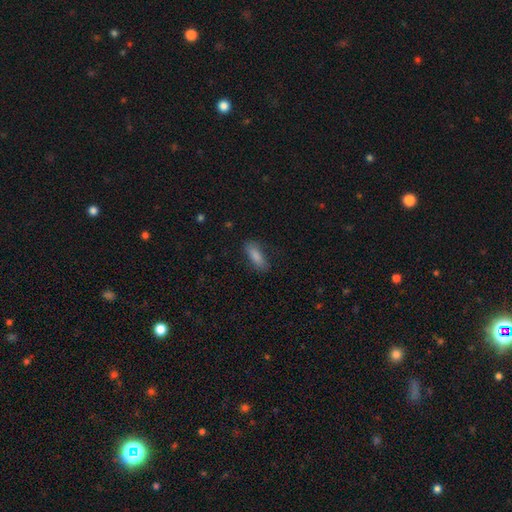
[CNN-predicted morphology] Q: Smooth or featured?
A: smooth (79%); runner-up: featured or disk (12%)
Q: How rounded?
A: in between (54%); runner-up: cigar-shaped (44%)
Q: Merging?
A: none (80%); runner-up: minor disturbance (15%)